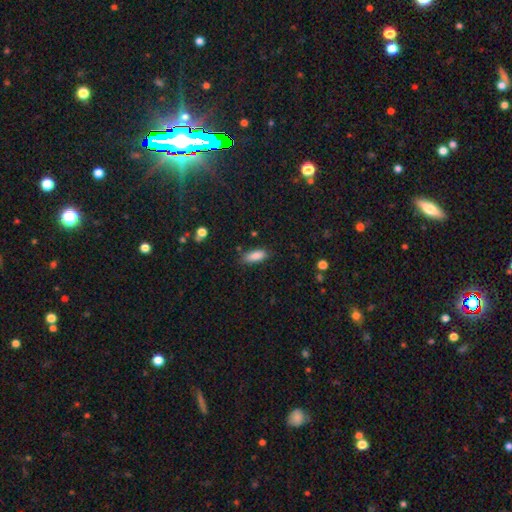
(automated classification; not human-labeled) A smooth galaxy with no disk features (88%) that is in between round and cigar-shaped (79%). Merging: none (79%).